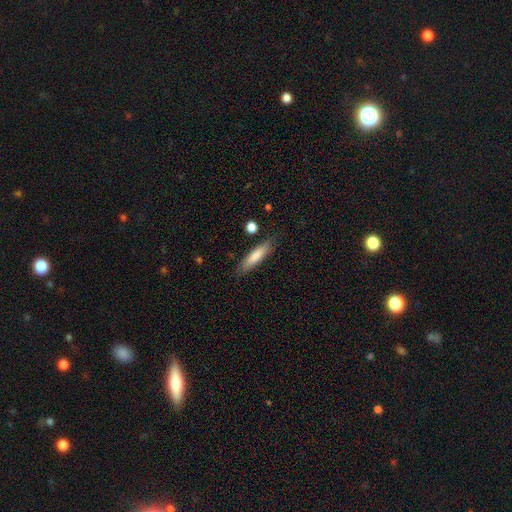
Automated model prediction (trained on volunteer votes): This is likely a smooth galaxy (76%). How rounded: likely cigar-shaped (77%). Merging: clearly none (82%).